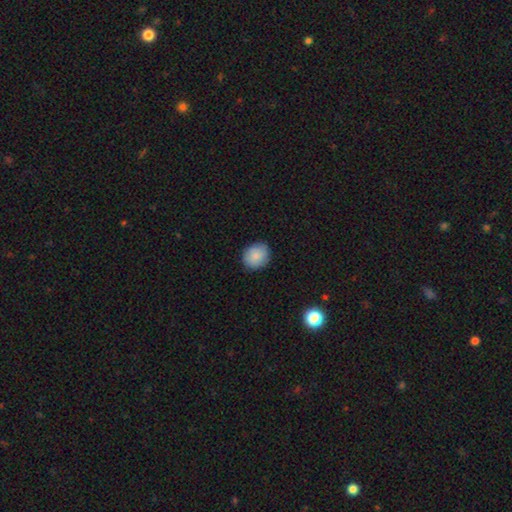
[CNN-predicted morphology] Smooth or featured? Predicted: smooth (p=0.87). How rounded? Predicted: round (p=0.73). Merging? Predicted: none (p=0.86).